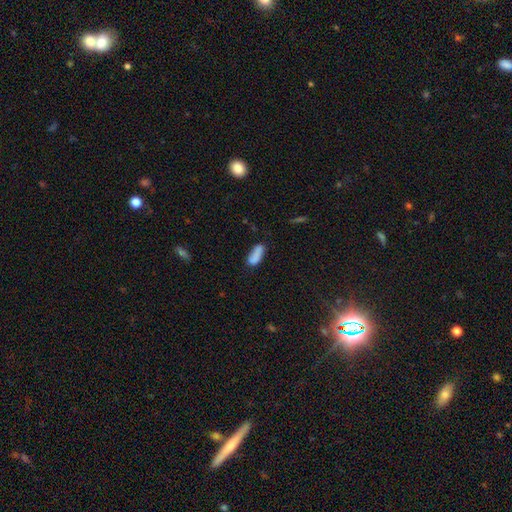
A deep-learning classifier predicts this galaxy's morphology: This is likely a smooth galaxy (79%). How rounded: likely in between (69%). Merging: likely none (60%).